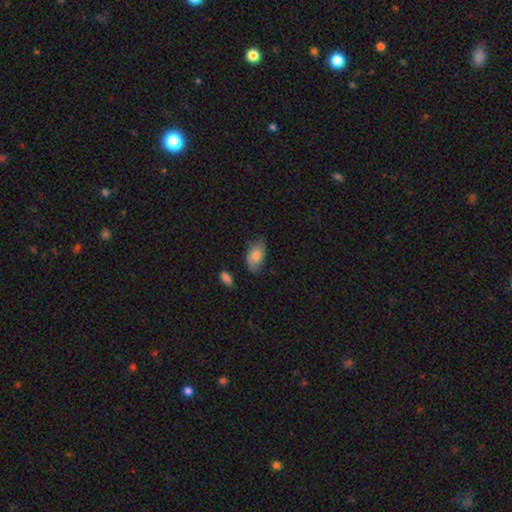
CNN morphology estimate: Smooth or featured?
  - smooth: 72% *
  - featured or disk: 21%
  - star or artifact: 7%
How rounded?
  - in between: 92% *
  - round: 6%
  - cigar-shaped: 2%
Merging?
  - none: 63% *
  - minor disturbance: 28%
  - major disturbance: 7%
  - merger: 2%